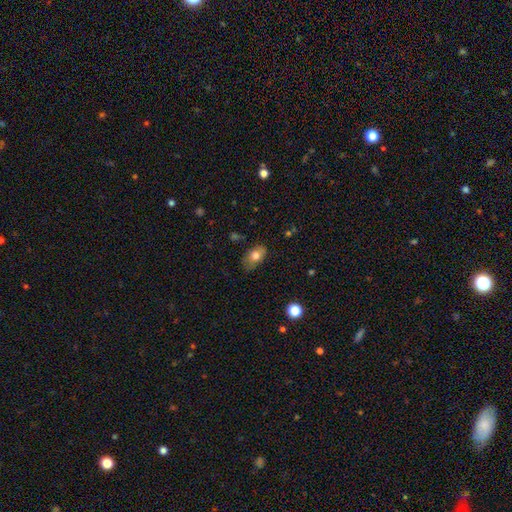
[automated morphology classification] smooth_or_featured: smooth (p=0.74) [alt: featured or disk p=0.18]
how_rounded: in between (p=0.86) [alt: round p=0.12]
merging: none (p=0.74) [alt: minor disturbance p=0.20]